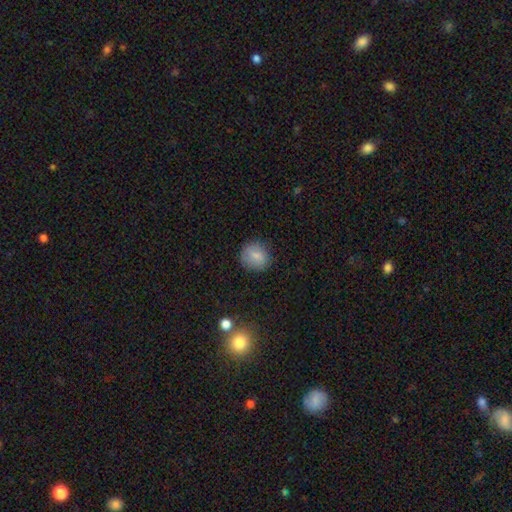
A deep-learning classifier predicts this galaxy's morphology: smooth-or-featured: smooth: 81% | featured or disk: 10% | star or artifact: 9%
  how-rounded: round: 79% | in between: 20% | cigar-shaped: 1%
  merging: none: 83% | minor disturbance: 12% | major disturbance: 4% | merger: 1%